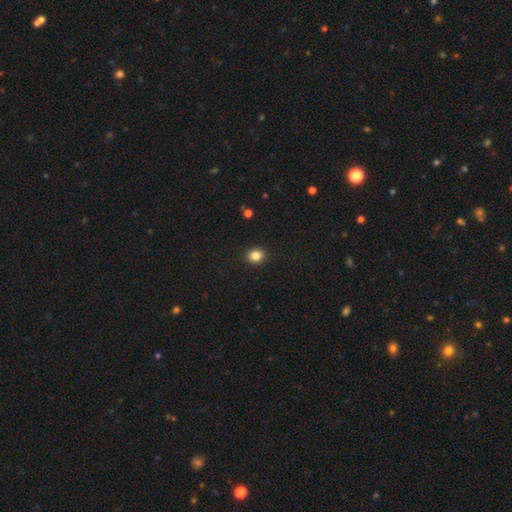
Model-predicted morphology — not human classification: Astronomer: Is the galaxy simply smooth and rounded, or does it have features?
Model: smooth — 84%.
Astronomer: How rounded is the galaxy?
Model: round — 76%.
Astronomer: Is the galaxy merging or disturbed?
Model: none — 91%.